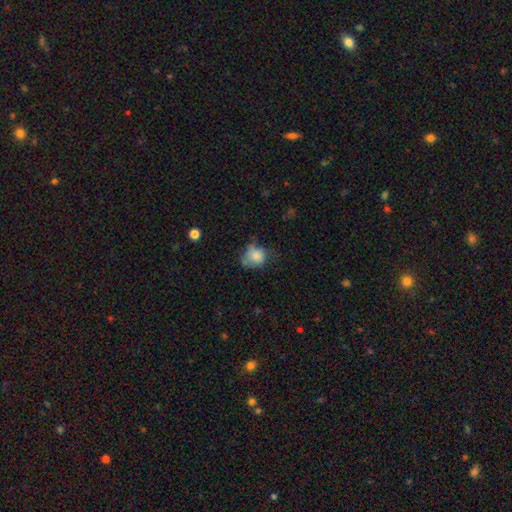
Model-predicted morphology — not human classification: Smooth or featured: smooth — 76% (featured or disk — 14%)
How rounded: round — 66% (in between — 33%)
Merging: none — 40% (minor disturbance — 33%)